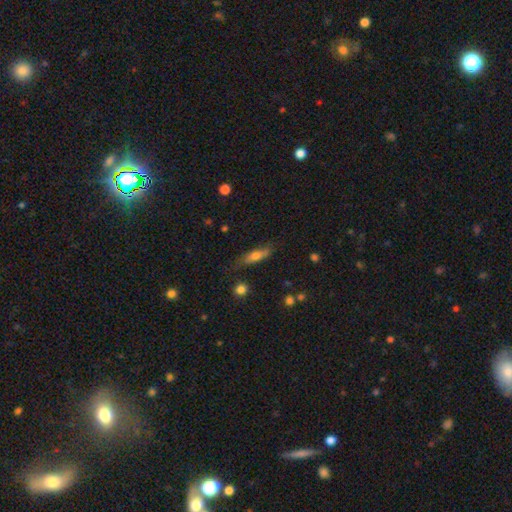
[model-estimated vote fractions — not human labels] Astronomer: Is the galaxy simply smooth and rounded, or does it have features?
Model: smooth — 60%.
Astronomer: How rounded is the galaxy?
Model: cigar-shaped — 60% (runner-up: in between, 36%).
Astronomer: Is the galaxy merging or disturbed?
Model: none — 70%.